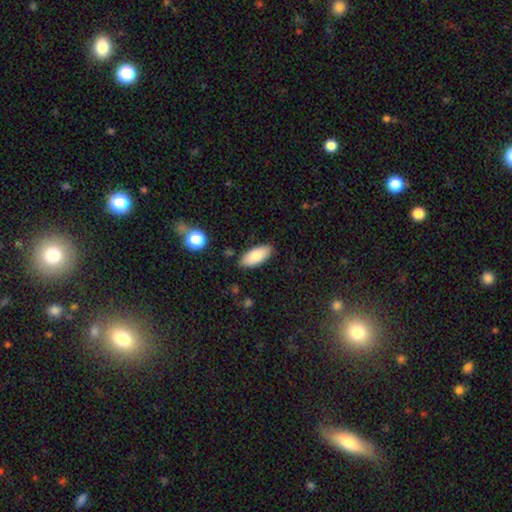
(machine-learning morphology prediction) smooth 81%, featured or disk 12%, star or artifact 7%. Down the decision tree: how rounded — in between (88%); merging — none (86%).